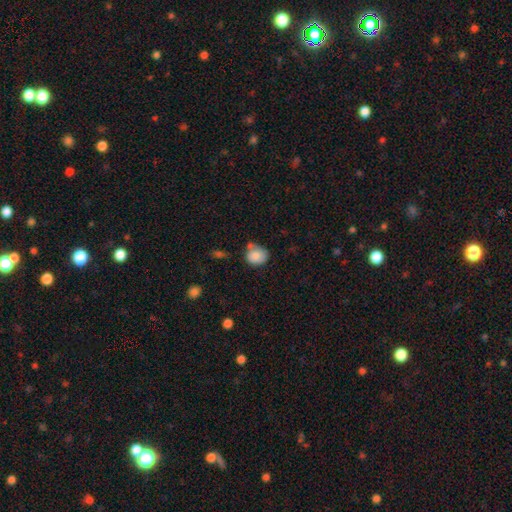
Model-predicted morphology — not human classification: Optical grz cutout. It shows a smooth galaxy with no disk features (85%) that is round (68%). Merging: none (51%).